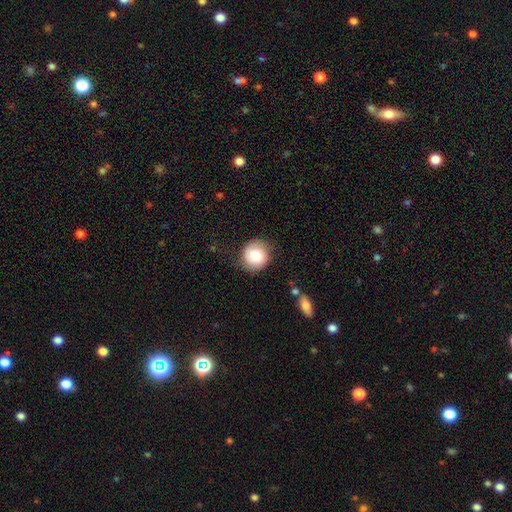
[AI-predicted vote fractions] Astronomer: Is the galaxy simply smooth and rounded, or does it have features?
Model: smooth — 76%.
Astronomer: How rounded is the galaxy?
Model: round — 86%.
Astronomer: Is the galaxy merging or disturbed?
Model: none — 76%.